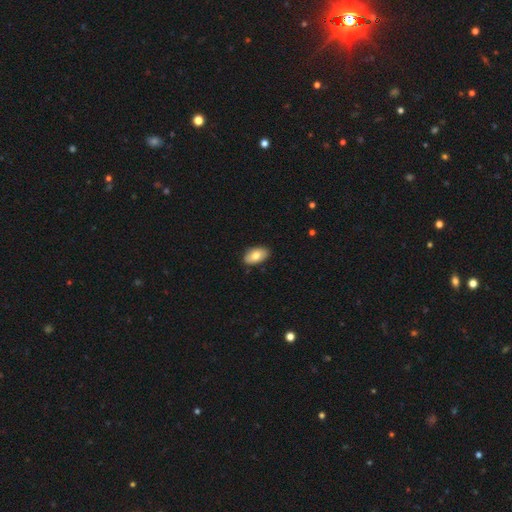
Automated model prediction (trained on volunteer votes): Morphology: type=smooth (77%); roundness=in between (93%); merging=none (87%).